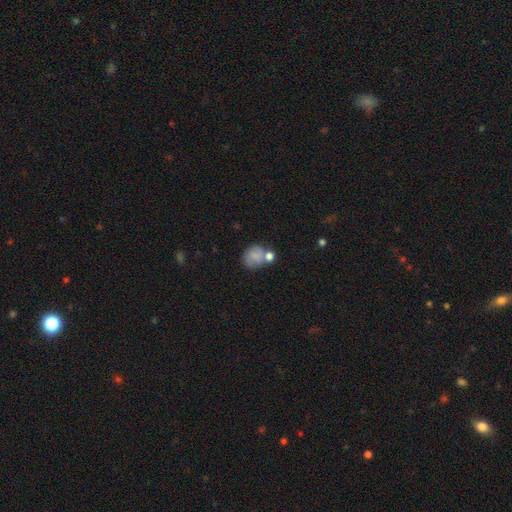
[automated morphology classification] A smooth galaxy with no disk features (68%) that is round (61%). Merging: none (45%).